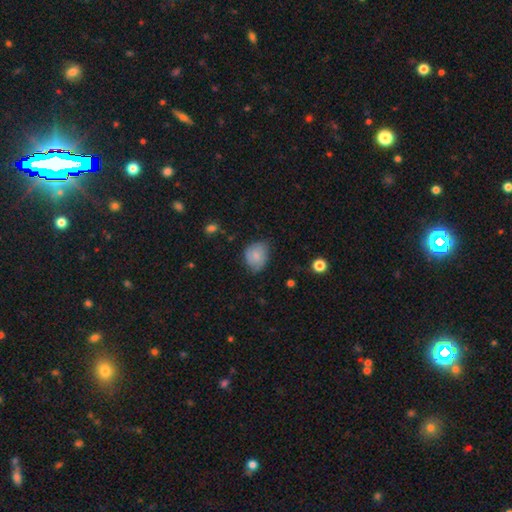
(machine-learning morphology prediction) The model was most divided on "how rounded": round: 50%, in between: 49%, cigar-shaped: 1%. More confident: smooth or featured — smooth (70%); merging — none (62%).